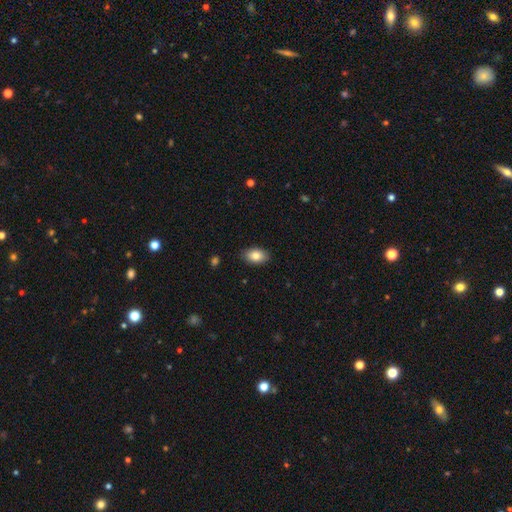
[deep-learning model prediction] This appears to be a smooth galaxy with no disk features (83%) that is in between round and cigar-shaped (90%). Merging: none (88%).